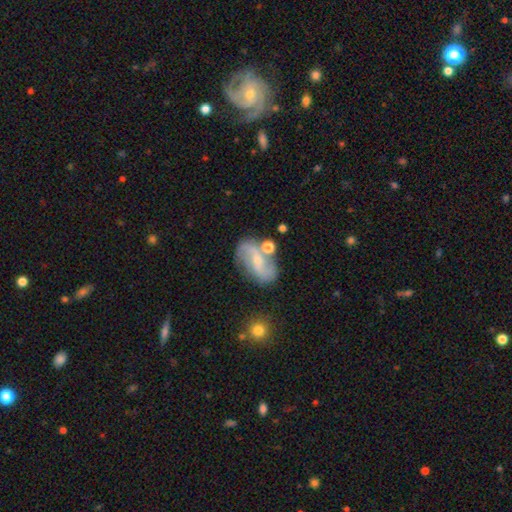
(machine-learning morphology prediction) Overall: featured or disk (71%). Edge-on disk: no (93%). Bar: weak (44%; strong 29%). Spiral arms: yes (84%). Spiral arm count: 2 (80%). Spiral winding: loose (39%, tied with medium). Bulge size: small (59%; moderate 32%). Merging: none (64%).